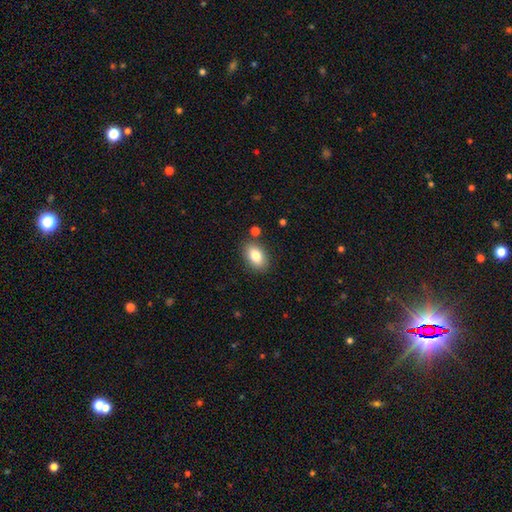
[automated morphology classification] smooth 83%, featured or disk 10%, star or artifact 8%. Down the decision tree: how rounded — in between (89%); merging — none (84%).